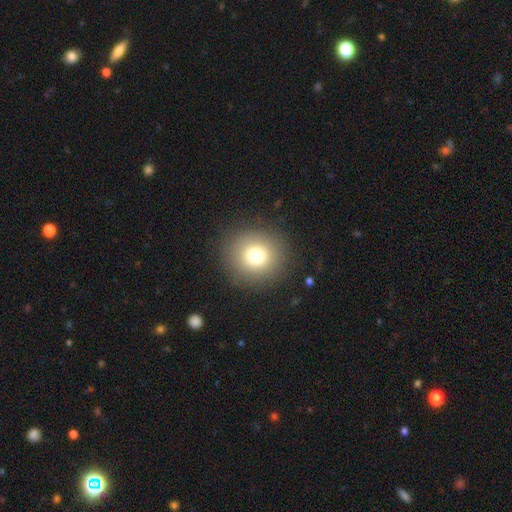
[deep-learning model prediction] Smooth or featured? Predicted: smooth (p=0.77). How rounded? Predicted: round (p=0.91). Merging? Predicted: none (p=0.89).